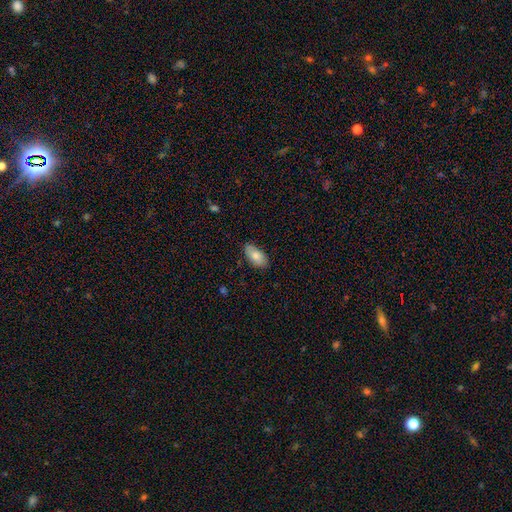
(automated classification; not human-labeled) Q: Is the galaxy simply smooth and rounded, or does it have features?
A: smooth — 80%.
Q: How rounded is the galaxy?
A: in between — 93%.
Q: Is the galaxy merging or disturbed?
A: none — 82%.